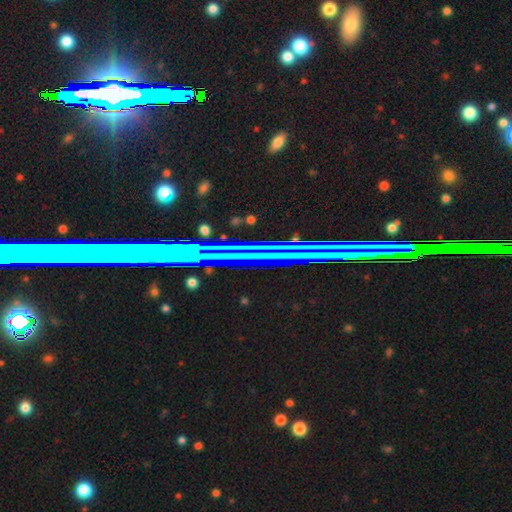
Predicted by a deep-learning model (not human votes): Overall: star or artifact (72%).